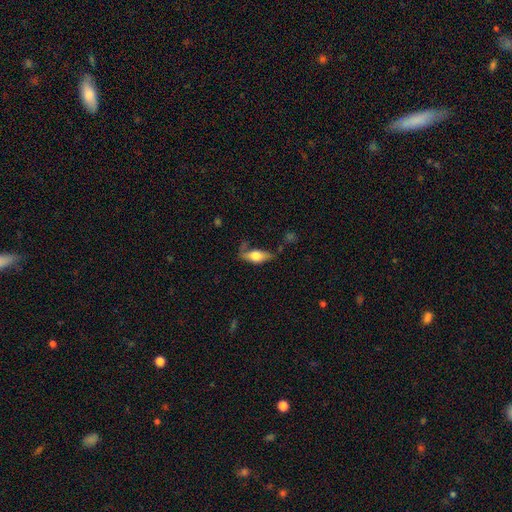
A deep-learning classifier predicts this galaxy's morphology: This is likely a smooth galaxy (66%). How rounded: likely in between (80%). Merging: marginally none (43%).